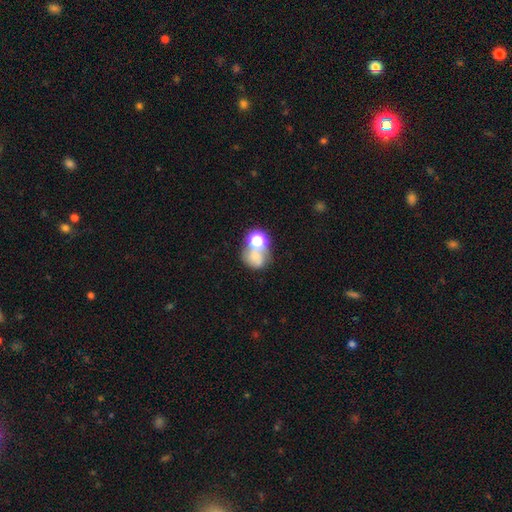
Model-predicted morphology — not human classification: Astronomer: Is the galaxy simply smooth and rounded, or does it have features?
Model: smooth — 54%.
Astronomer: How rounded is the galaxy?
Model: round — 58% (runner-up: in between, 41%).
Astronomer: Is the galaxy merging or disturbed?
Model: merger — 48% (runner-up: none, 28%).